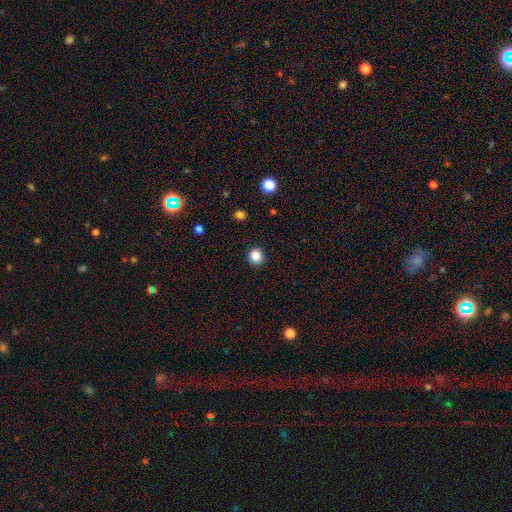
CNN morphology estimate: smooth-or-featured: smooth: 86% | star or artifact: 11% | featured or disk: 3%
  how-rounded: round: 88% | in between: 11% | cigar-shaped: 1%
  merging: none: 91% | minor disturbance: 6% | major disturbance: 2% | merger: 1%